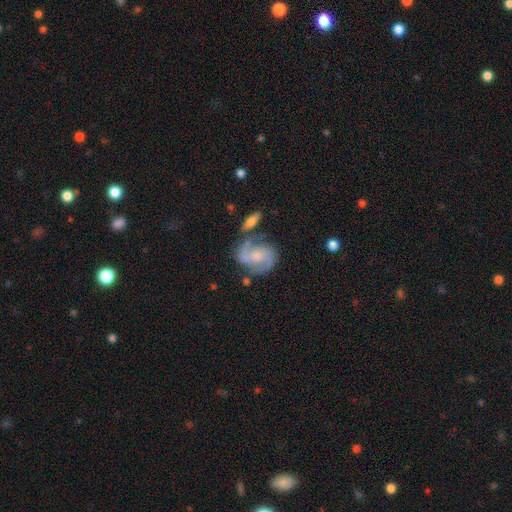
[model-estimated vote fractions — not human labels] Morphology: type=featured or disk (79%); edge-on=no (97%); bar=no (54%); spiral arms=yes (94%); winding=medium (53%); arm count=2 (88%); bulge=moderate (40%, tied with small); merging=none (59%).